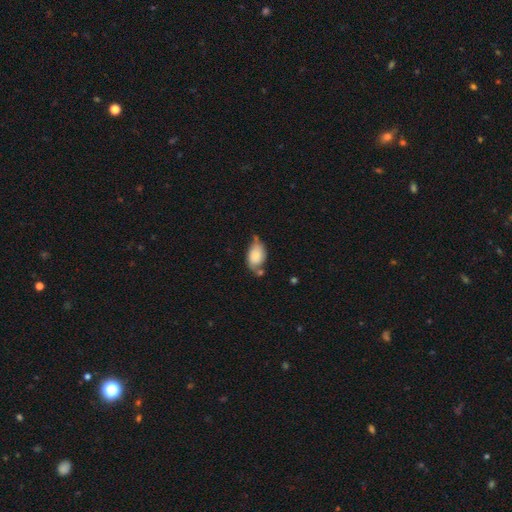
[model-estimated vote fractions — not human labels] This appears to be a smooth galaxy with no disk features (71%) that is in between round and cigar-shaped (87%). Merging: none (41%).